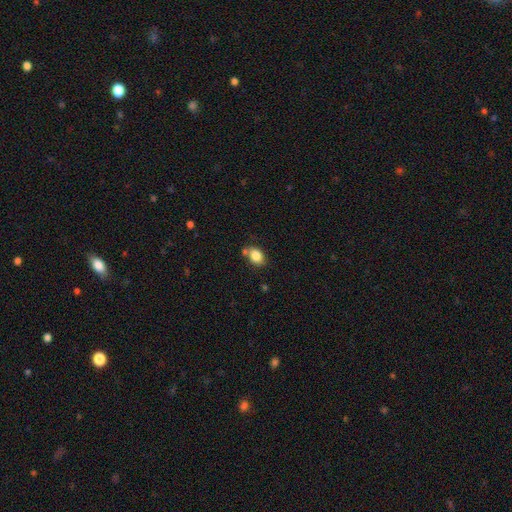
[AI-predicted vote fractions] Smooth or featured?
  - smooth: 84% *
  - star or artifact: 9%
  - featured or disk: 7%
How rounded?
  - in between: 69% *
  - round: 30%
  - cigar-shaped: 1%
Merging?
  - none: 66% *
  - minor disturbance: 16%
  - merger: 14%
  - major disturbance: 4%